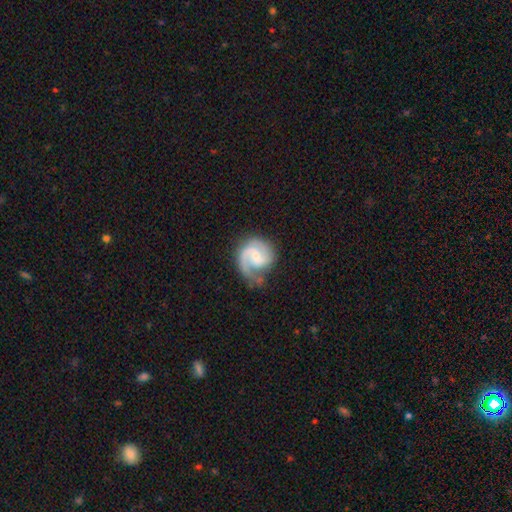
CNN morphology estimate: This is clearly a featured or disk galaxy (85%). It is clearly not viewed edge-on (98%). Bar: possibly no (53%). Spiral arm pattern: clearly yes (97%). Spiral arm count: likely 2 (70%). Spiral winding: possibly medium (51%). Central bulge: possibly small (58%). Merging: likely none (63%).